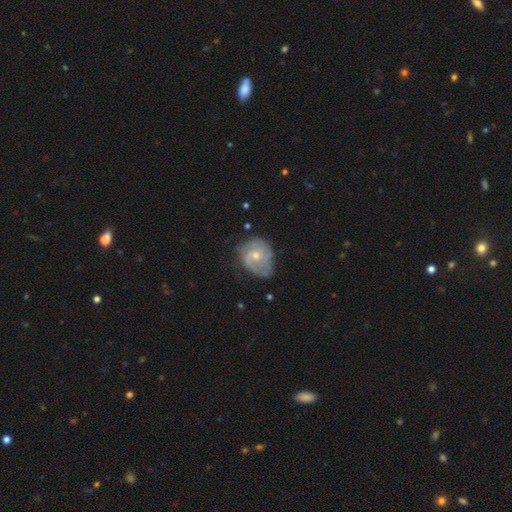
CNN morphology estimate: featured or disk 77%, smooth 17%, star or artifact 6%. Down the decision tree: edge-on disk — no (98%); bar — no (67%); spiral arms — yes (91%); spiral arm count — 2 (49%); spiral winding — medium (42%); bulge size — small (53%); merging — none (54%).